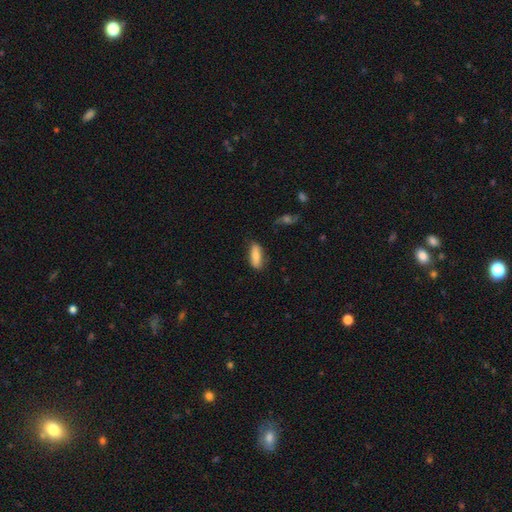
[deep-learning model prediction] Smooth or featured? Predicted: smooth (p=0.77). How rounded? Predicted: in between (p=0.64). Merging? Predicted: none (p=0.78).